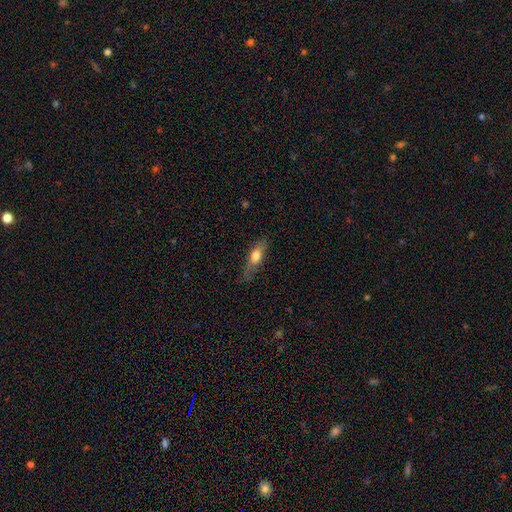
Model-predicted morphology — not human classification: smooth-or-featured: smooth: 64% | featured or disk: 30% | star or artifact: 7%
  how-rounded: in between: 51% | cigar-shaped: 45% | round: 4%
  merging: none: 68% | minor disturbance: 23% | major disturbance: 7% | merger: 2%